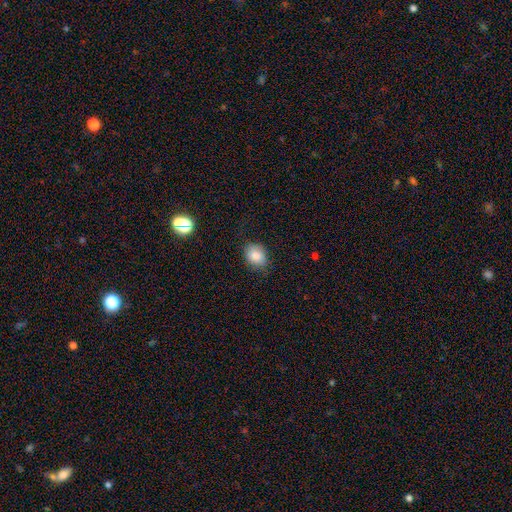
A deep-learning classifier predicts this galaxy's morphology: Smooth or featured? Predicted: smooth (p=0.84). How rounded? Predicted: in between (p=0.52). Merging? Predicted: none (p=0.76).